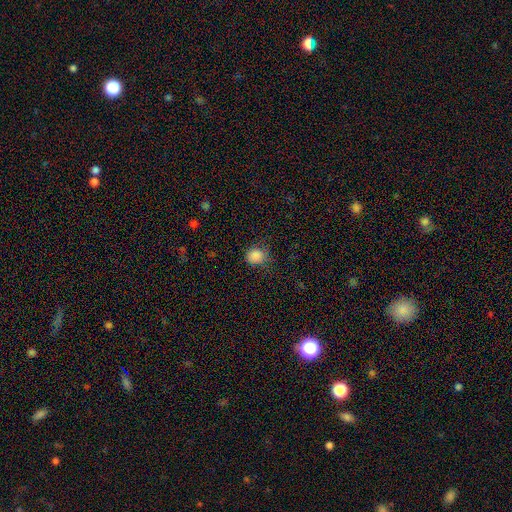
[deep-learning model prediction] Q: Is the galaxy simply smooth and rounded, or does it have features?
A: smooth — 85%.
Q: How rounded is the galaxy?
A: round — 77%.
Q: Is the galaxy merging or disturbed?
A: none — 71%.